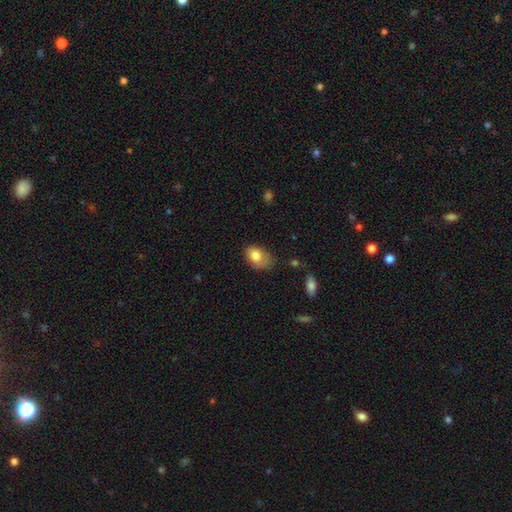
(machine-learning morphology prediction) smooth-or-featured: smooth: 77% | featured or disk: 15% | star or artifact: 8%
  how-rounded: in between: 83% | round: 16% | cigar-shaped: 1%
  merging: none: 41% | minor disturbance: 38% | major disturbance: 18% | merger: 3%